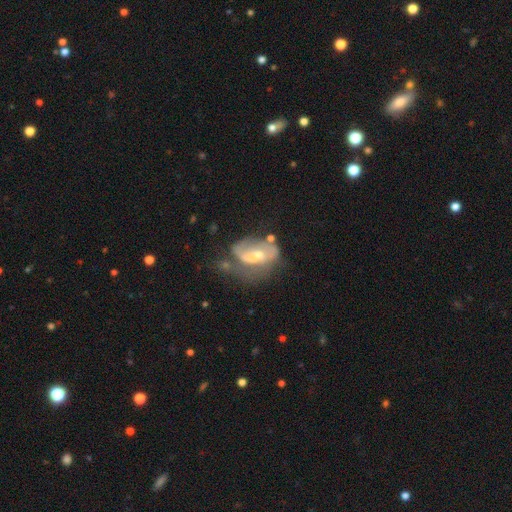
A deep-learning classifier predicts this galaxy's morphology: A featured or disk galaxy (69%) with no bar (53%), spiral arms (66%) and a small central bulge (47%).

Vote fractions:
- Smooth or featured? featured or disk: 69% / smooth: 23% / star or artifact: 8%
- Edge-on disk? no: 96% / yes: 4%
- Bar? no: 53% / weak: 34% / strong: 13%
- Spiral arms? yes: 66% / no: 34%
- Bulge size? small: 47% / moderate: 44% / none: 4% / large: 3% / dominant: 1%
- Merging? major disturbance: 35% / none: 25% / minor disturbance: 21% / merger: 19%